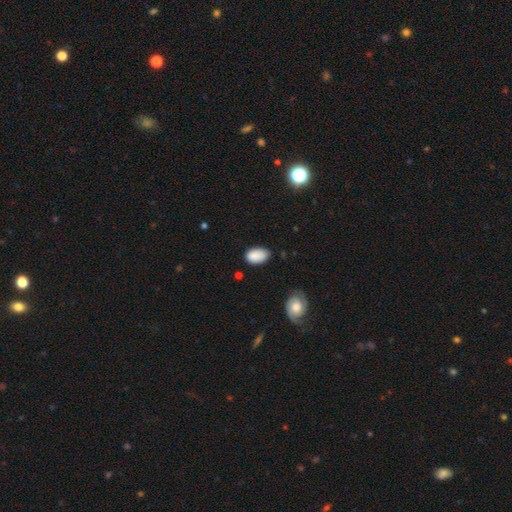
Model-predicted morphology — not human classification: This is clearly a smooth galaxy (88%). How rounded: clearly in between (92%). Merging: likely none (70%).